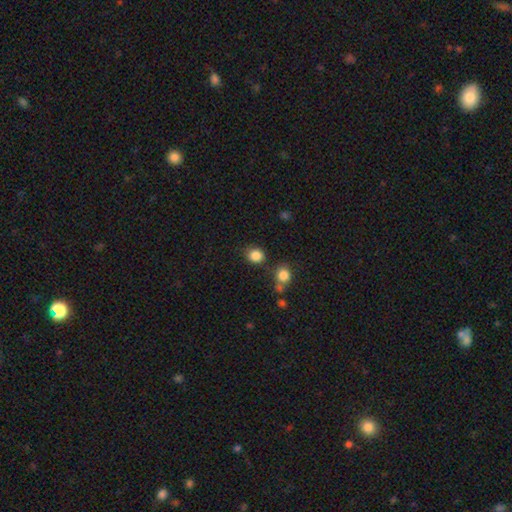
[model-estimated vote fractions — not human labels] The model was most divided on "how rounded": round: 78%, in between: 21%, cigar-shaped: 1%. More confident: smooth or featured — smooth (85%); merging — none (78%).